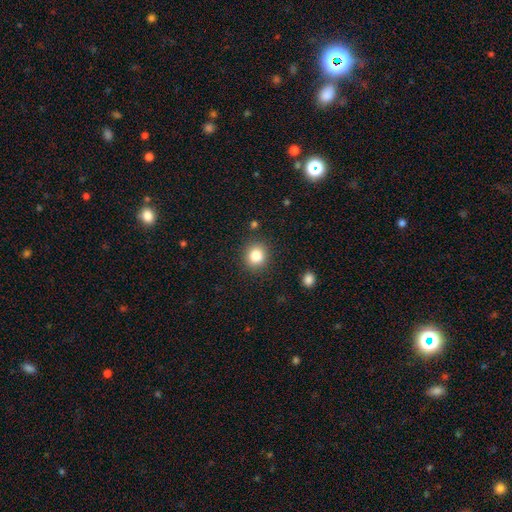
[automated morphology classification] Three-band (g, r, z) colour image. It shows a smooth galaxy with no disk features (83%) that is round (82%). Merging: none (88%).